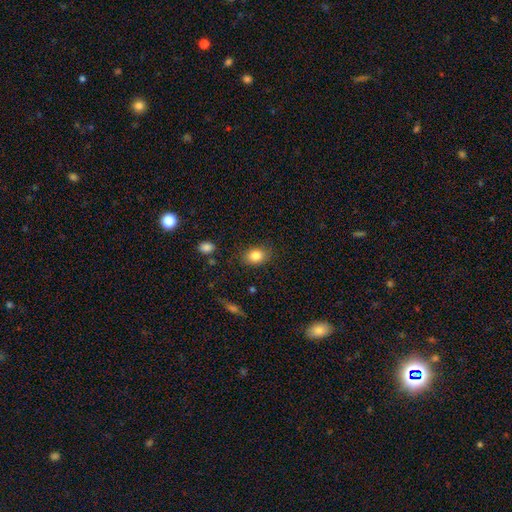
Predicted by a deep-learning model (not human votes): smooth 84%, star or artifact 9%, featured or disk 7%. Down the decision tree: how rounded — in between (71%); merging — none (82%).